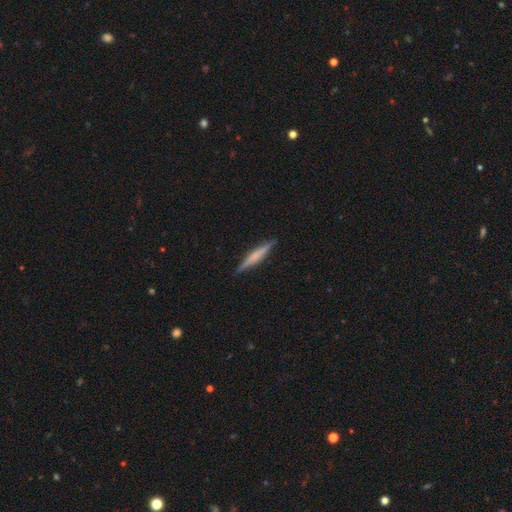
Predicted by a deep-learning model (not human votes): featured or disk 53%, smooth 41%, star or artifact 6%. Down the decision tree: edge-on disk — yes (97%); edge-on bulge — rounded (43%); merging — none (91%).